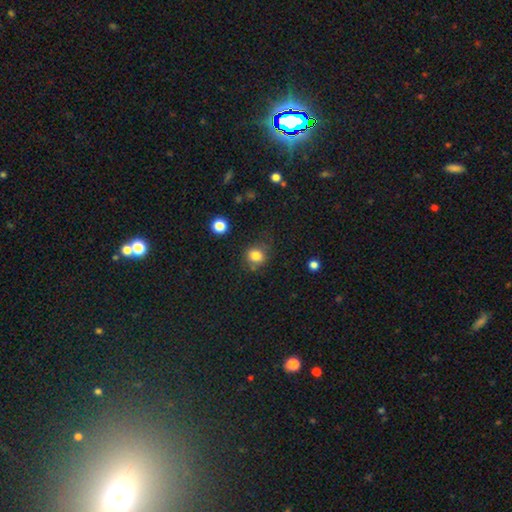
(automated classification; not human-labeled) A smooth galaxy with no disk features (82%) that is round (82%).

Vote fractions:
- Smooth or featured? smooth: 82% / star or artifact: 12% / featured or disk: 6%
- How rounded? round: 82% / in between: 17% / cigar-shaped: 1%
- Merging? none: 78% / minor disturbance: 14% / major disturbance: 5% / merger: 3%